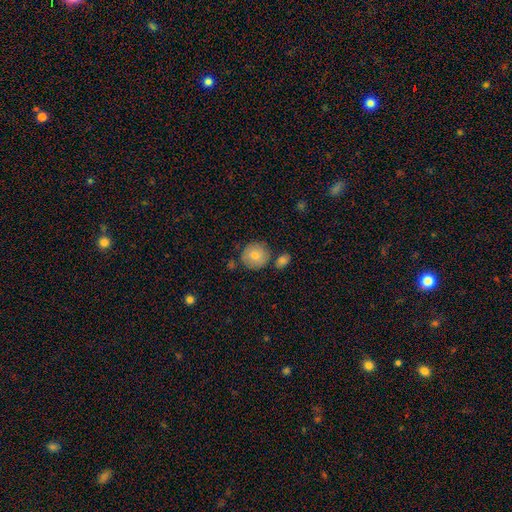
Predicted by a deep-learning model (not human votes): smooth-or-featured: smooth: 80% | featured or disk: 13% | star or artifact: 7%
  how-rounded: round: 92% | in between: 7% | cigar-shaped: 1%
  merging: none: 74% | minor disturbance: 13% | merger: 10% | major disturbance: 3%